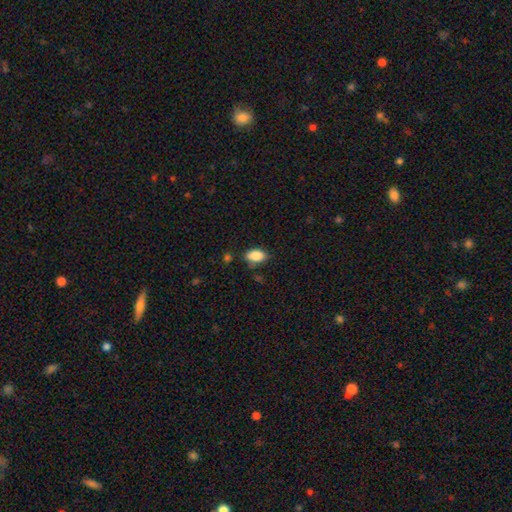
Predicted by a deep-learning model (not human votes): smooth 87%, star or artifact 8%, featured or disk 5%. Down the decision tree: how rounded — in between (92%); merging — none (79%).